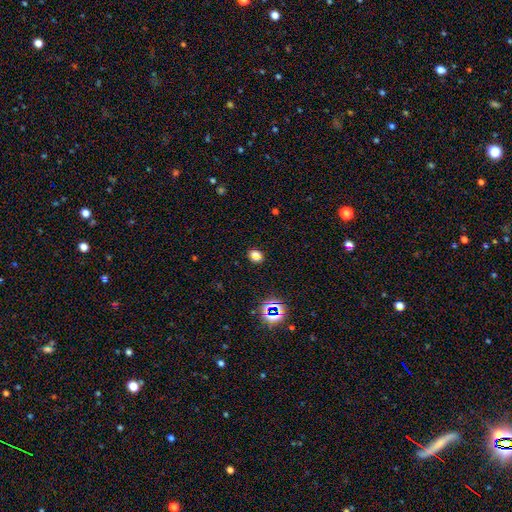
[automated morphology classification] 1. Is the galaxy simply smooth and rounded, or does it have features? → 61% smooth, 30% star or artifact, 9% featured or disk.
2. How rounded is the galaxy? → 50% round, 49% in between, 1% cigar-shaped.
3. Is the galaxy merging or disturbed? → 78% none, 11% minor disturbance, 8% merger, 4% major disturbance.